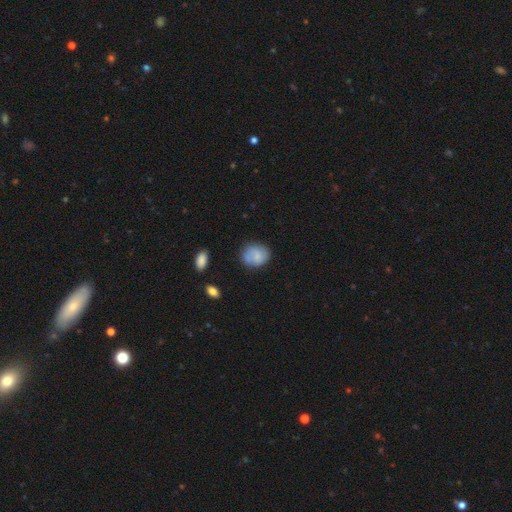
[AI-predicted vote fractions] smooth_or_featured: smooth (p=0.73) [alt: featured or disk p=0.20]
how_rounded: round (p=0.63) [alt: in between p=0.36]
merging: none (p=0.66) [alt: minor disturbance p=0.21]